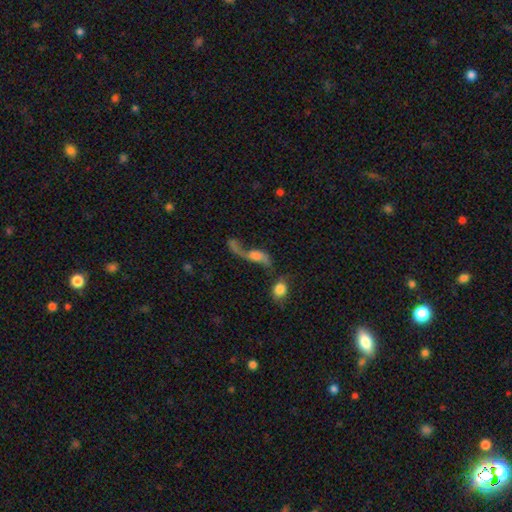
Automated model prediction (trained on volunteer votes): Smooth or featured? featured or disk (68%)
Edge-on disk? no (87%)
Bar? no (64%)
Spiral arms? yes (83%)
Bulge size? moderate (41%)
Merging? merger (33%)